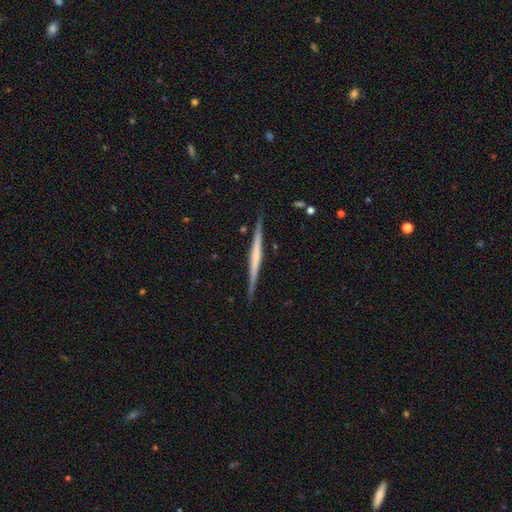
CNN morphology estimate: This appears to be a featured or disk galaxy (69%) viewed edge-on (98%) with no central bulge (64%). Merging: none (90%).